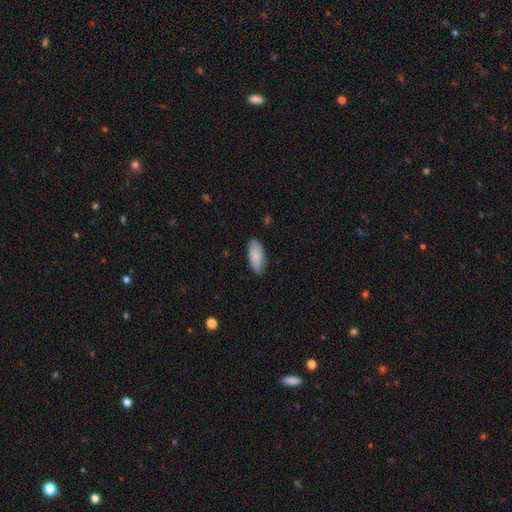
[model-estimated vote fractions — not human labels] A smooth galaxy with no disk features (85%) that is in between round and cigar-shaped (87%).

Vote fractions:
- Smooth or featured? smooth: 85% / featured or disk: 9% / star or artifact: 6%
- How rounded? in between: 87% / cigar-shaped: 11% / round: 2%
- Merging? none: 82% / minor disturbance: 15% / major disturbance: 2% / merger: 1%